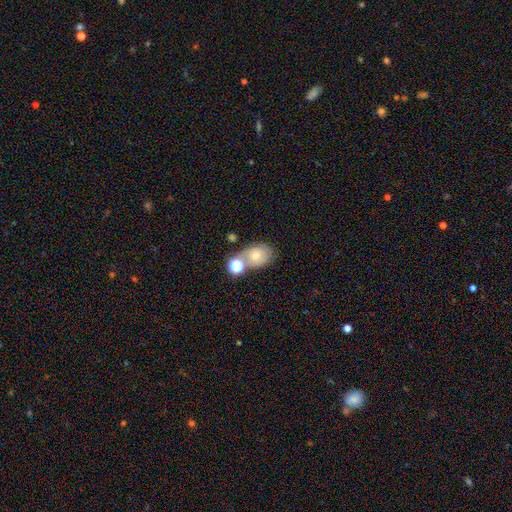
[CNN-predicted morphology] type=smooth (68%); roundness=in between (68%); merging=none (51%).